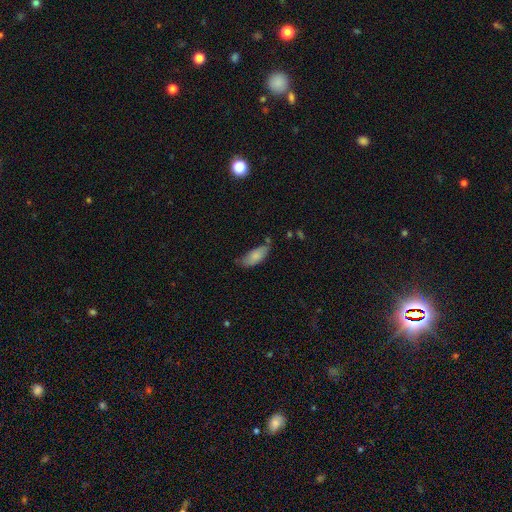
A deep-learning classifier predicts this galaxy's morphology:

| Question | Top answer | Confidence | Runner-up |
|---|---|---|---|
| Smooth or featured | smooth | 80% | featured or disk (13%) |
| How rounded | in between | 82% | cigar-shaped (17%) |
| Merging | none | 56% | minor disturbance (33%) |